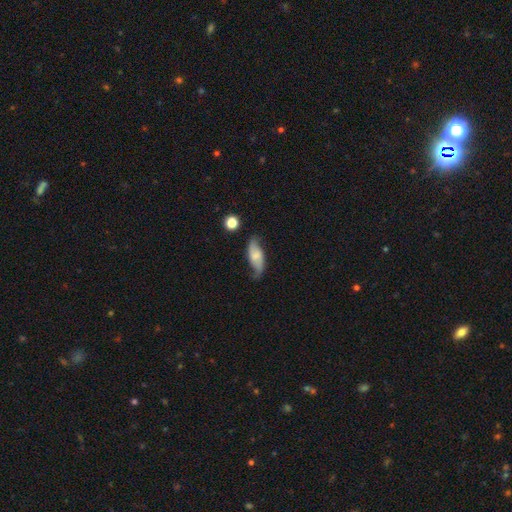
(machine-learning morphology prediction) Q: Smooth or featured?
A: featured or disk (50%); runner-up: smooth (41%)
Q: Edge-on disk?
A: no (87%); runner-up: yes (13%)
Q: Merging?
A: none (64%); runner-up: minor disturbance (25%)